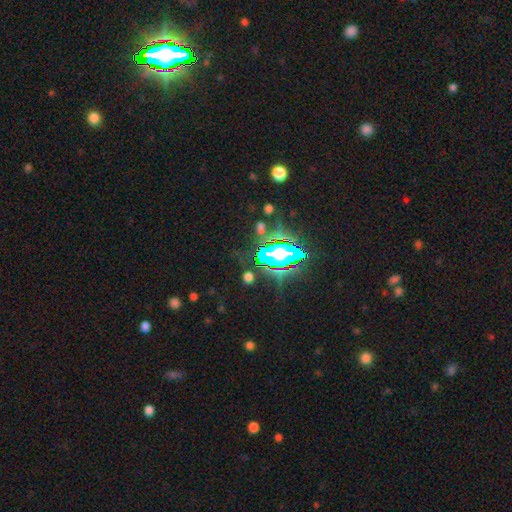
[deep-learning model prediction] Smooth or featured?
  - star or artifact: 77% *
  - smooth: 13%
  - featured or disk: 10%